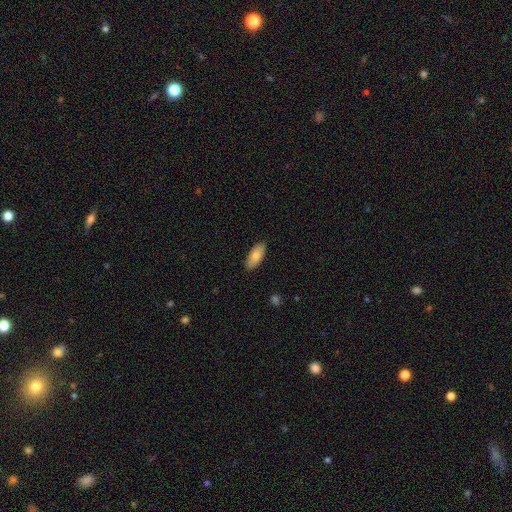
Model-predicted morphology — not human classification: This appears to be a smooth galaxy with no disk features (79%) that is in between round and cigar-shaped (84%). Merging: none (89%).